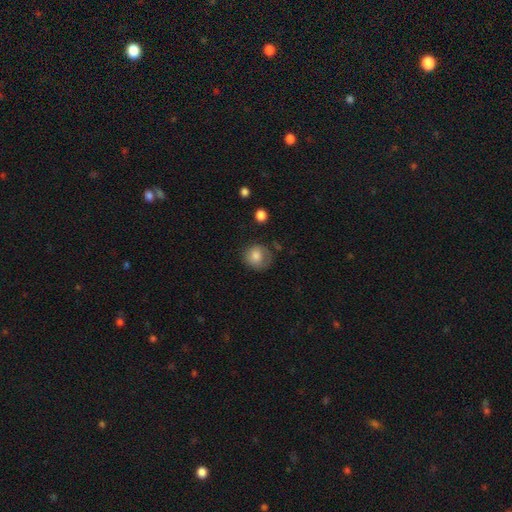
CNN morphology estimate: A smooth galaxy with no disk features (78%) that is round (82%). Merging: none (60%).